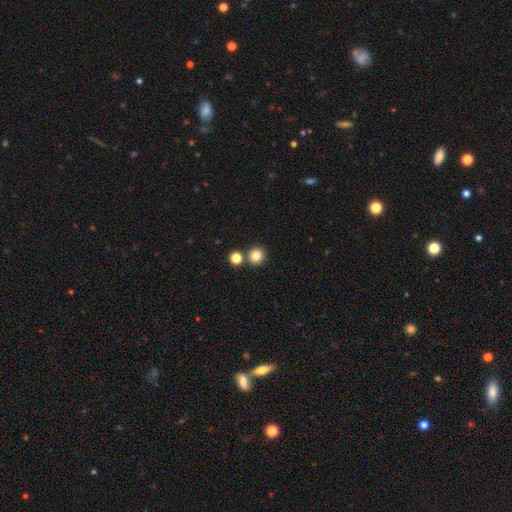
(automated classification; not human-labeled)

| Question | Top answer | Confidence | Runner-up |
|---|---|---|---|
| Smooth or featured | smooth | 82% | star or artifact (12%) |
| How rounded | round | 91% | in between (8%) |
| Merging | none | 80% | merger (11%) |